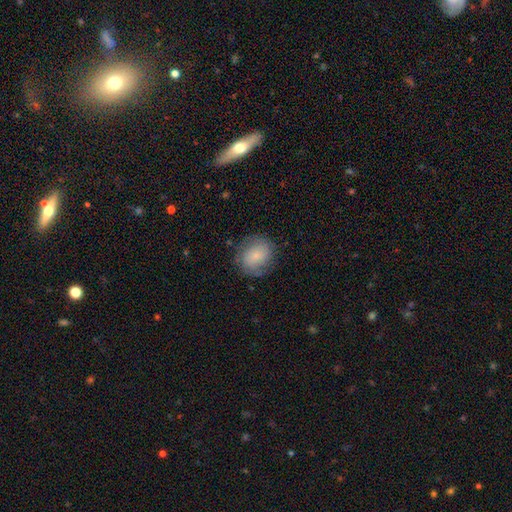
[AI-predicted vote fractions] smooth_or_featured: smooth (p=0.71) [alt: featured or disk p=0.21]
how_rounded: round (p=0.66) [alt: in between p=0.33]
merging: none (p=0.74) [alt: minor disturbance p=0.18]